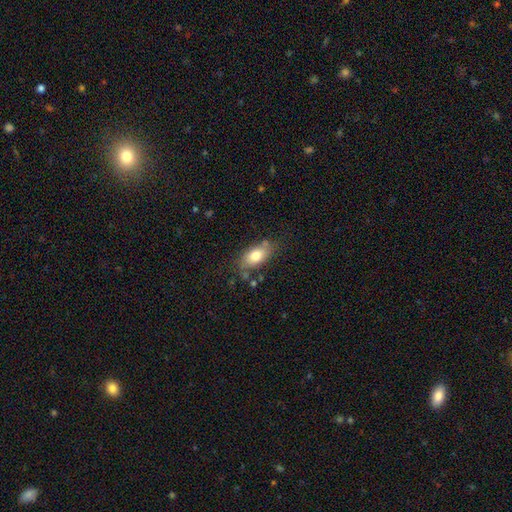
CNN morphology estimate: The model was most divided on "merging": none: 70%, minor disturbance: 19%, major disturbance: 6%, merger: 5%. More confident: how rounded — in between (89%); smooth or featured — smooth (77%).